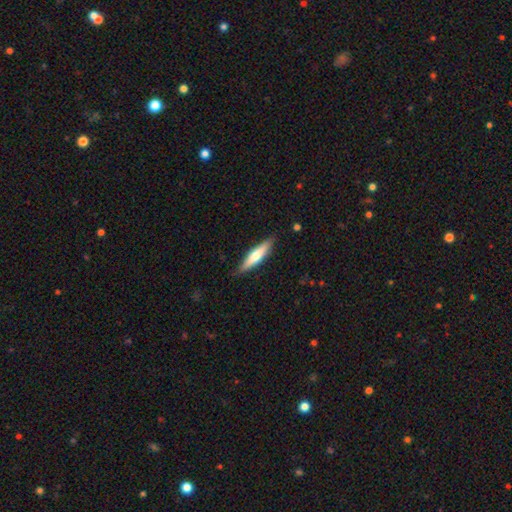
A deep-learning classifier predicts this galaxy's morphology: Q: Smooth or featured?
A: smooth (50%); runner-up: featured or disk (45%)
Q: Merging?
A: none (87%); runner-up: minor disturbance (10%)